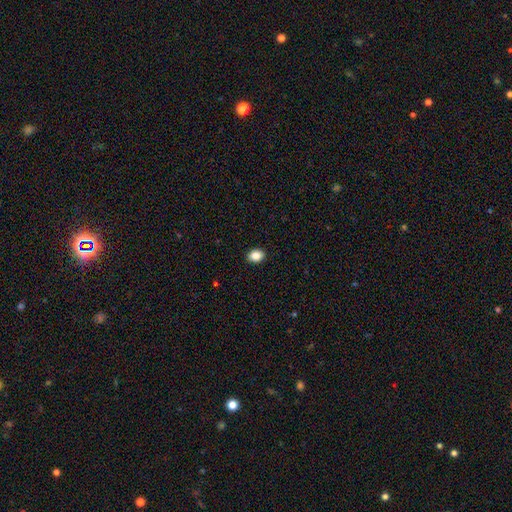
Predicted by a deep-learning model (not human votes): smooth-or-featured: smooth: 86% | star or artifact: 9% | featured or disk: 5%
  how-rounded: in between: 62% | round: 37% | cigar-shaped: 1%
  merging: none: 91% | minor disturbance: 6% | major disturbance: 2% | merger: 1%